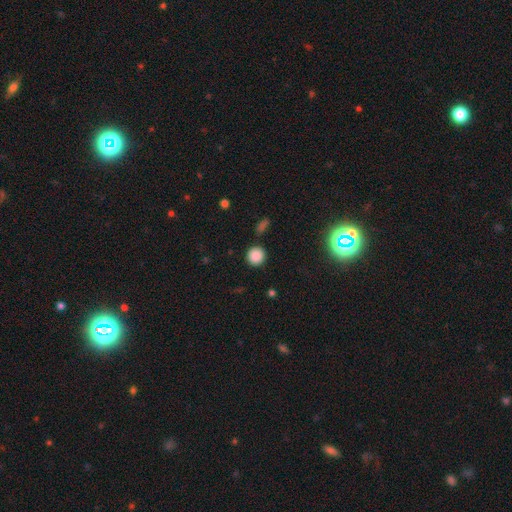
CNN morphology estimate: The model was most divided on "smooth or featured": smooth: 86%, star or artifact: 10%, featured or disk: 3%. More confident: how rounded — round (93%); merging — none (88%).